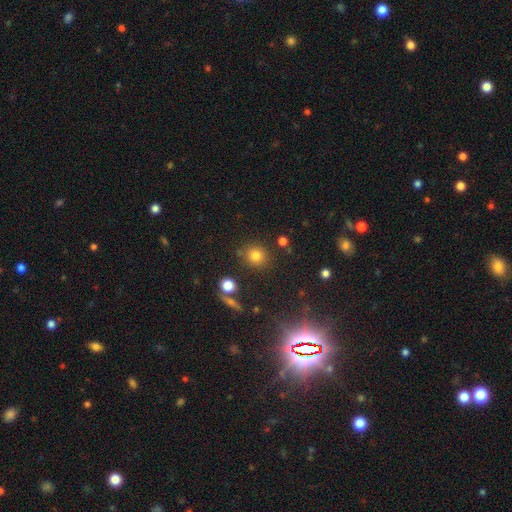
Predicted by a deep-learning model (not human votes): Overall: smooth (78%). How rounded: round (85%). Merging: none (82%).